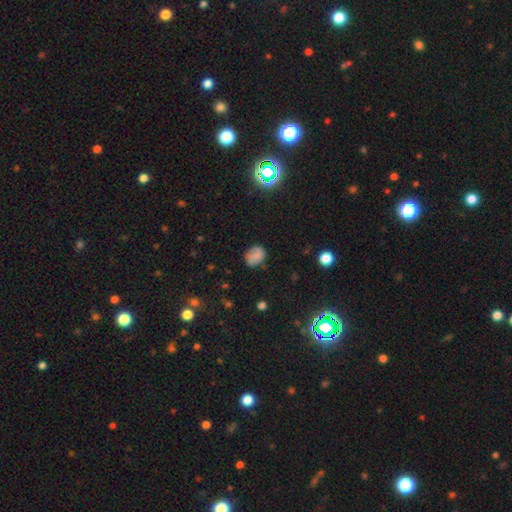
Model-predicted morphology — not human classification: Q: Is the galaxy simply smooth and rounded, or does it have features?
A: smooth — 71%.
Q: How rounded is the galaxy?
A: round — 56%.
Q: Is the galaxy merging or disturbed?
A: none — 70%.